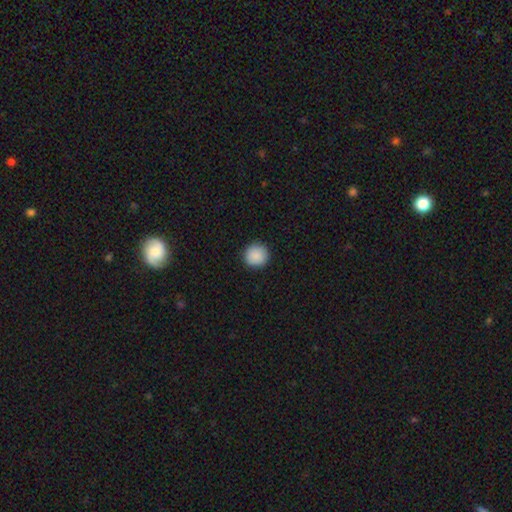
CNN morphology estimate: smooth_or_featured: smooth (p=0.90) [alt: star or artifact p=0.08]
how_rounded: round (p=0.94) [alt: in between p=0.05]
merging: none (p=0.92) [alt: minor disturbance p=0.06]